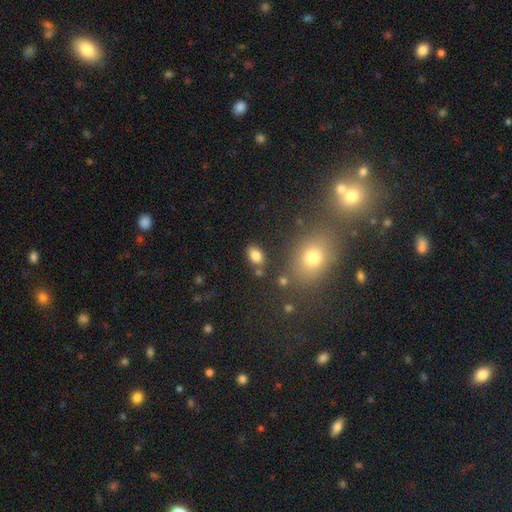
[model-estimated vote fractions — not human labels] Smooth or featured: smooth — 83% (star or artifact — 10%)
How rounded: in between — 86% (round — 12%)
Merging: none — 78% (minor disturbance — 12%)